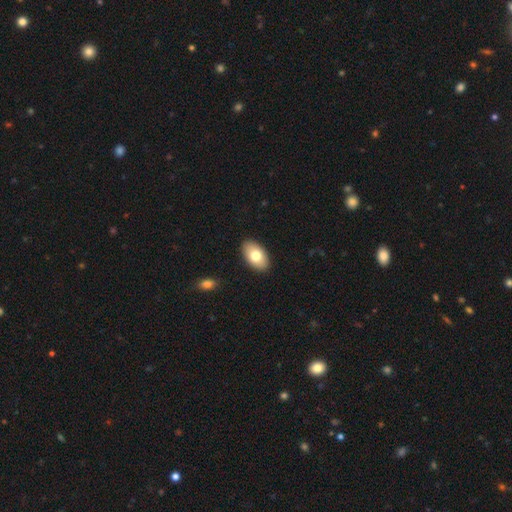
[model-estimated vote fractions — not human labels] This appears to be a smooth galaxy with no disk features (76%) that is in between round and cigar-shaped (94%). Merging: none (90%).